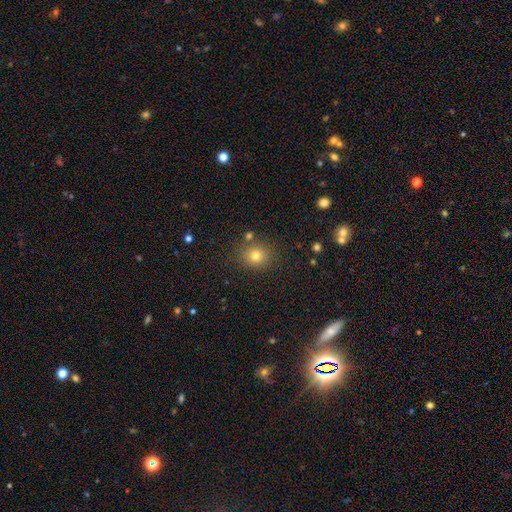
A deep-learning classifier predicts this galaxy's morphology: Smooth or featured? smooth (77%)
How rounded? round (78%)
Merging? none (82%)